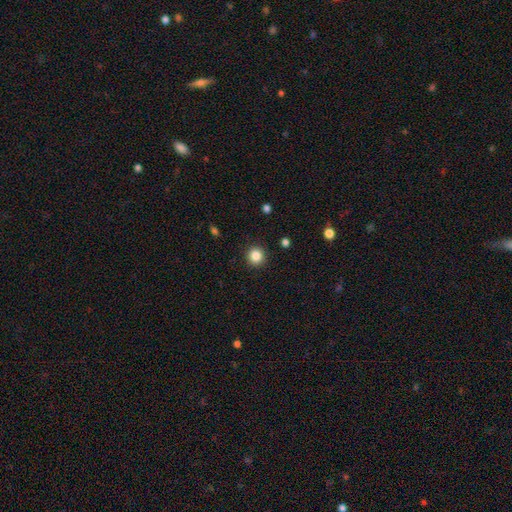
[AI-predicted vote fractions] Smooth or featured: smooth — 85% (star or artifact — 11%)
How rounded: round — 94% (in between — 5%)
Merging: none — 92% (minor disturbance — 5%)